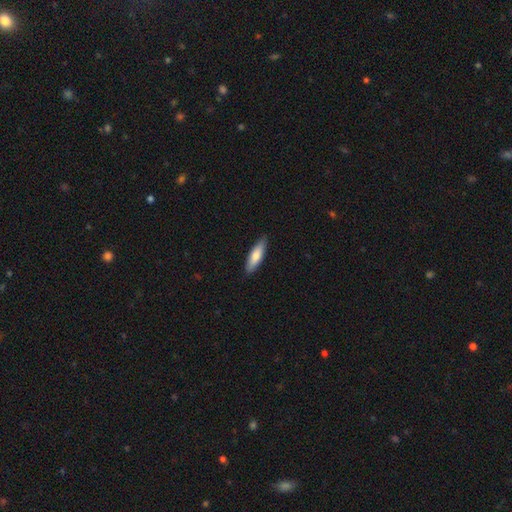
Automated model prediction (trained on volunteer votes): Morphology: type=smooth (74%); roundness=cigar-shaped (59%); merging=none (88%).